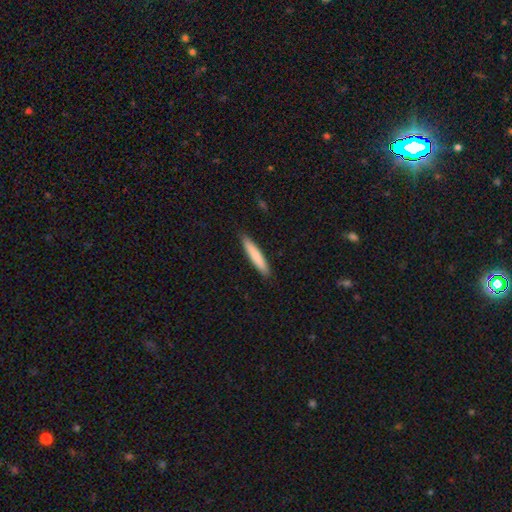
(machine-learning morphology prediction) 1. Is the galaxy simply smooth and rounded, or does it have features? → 80% smooth, 14% featured or disk, 5% star or artifact.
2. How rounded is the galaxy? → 91% cigar-shaped, 7% in between, 1% round.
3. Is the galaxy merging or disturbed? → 90% none, 8% minor disturbance, 1% major disturbance, 1% merger.